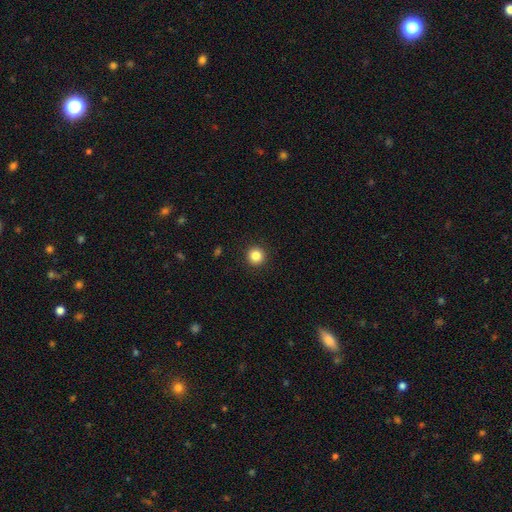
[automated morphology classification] Q: Smooth or featured?
A: smooth (85%); runner-up: star or artifact (11%)
Q: How rounded?
A: round (95%); runner-up: in between (4%)
Q: Merging?
A: none (93%); runner-up: minor disturbance (5%)